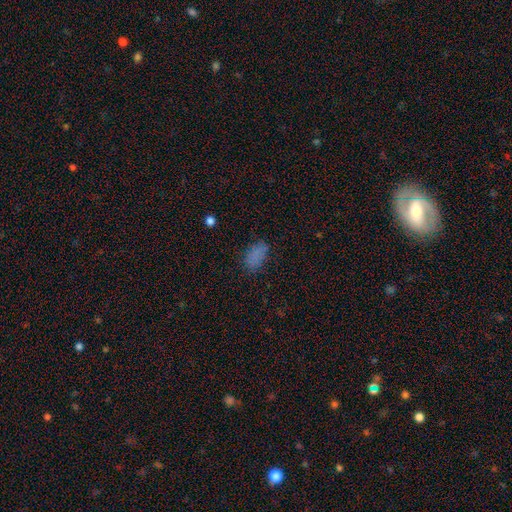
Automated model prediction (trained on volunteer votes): A smooth galaxy with no disk features (78%) that is in between round and cigar-shaped (91%). Merging: none (74%).